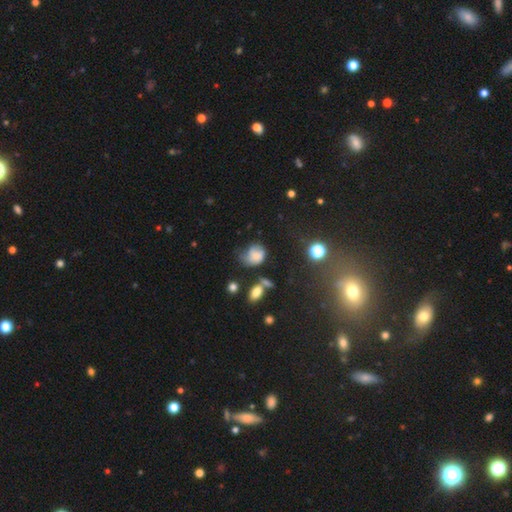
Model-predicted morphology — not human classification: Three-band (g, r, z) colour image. It shows a smooth galaxy with no disk features (64%) that is round (54%). Merging: minor disturbance (33%).